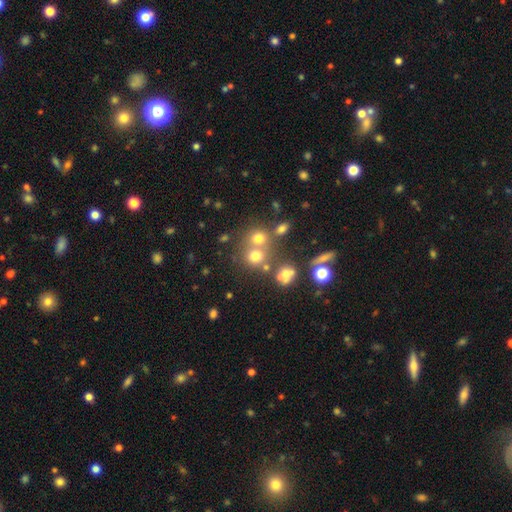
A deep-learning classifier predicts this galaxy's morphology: Smooth or featured? smooth (65%)
How rounded? round (82%)
Merging? none (50%)